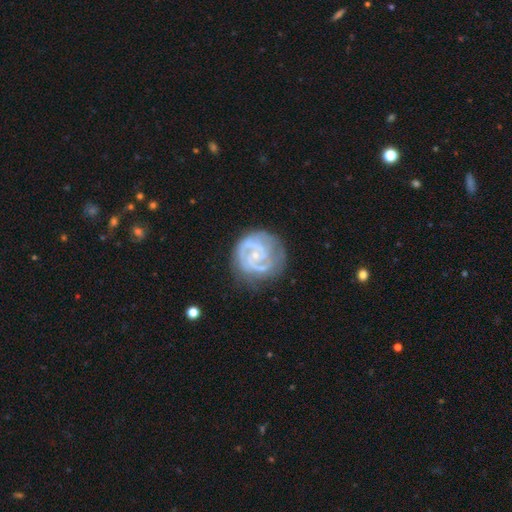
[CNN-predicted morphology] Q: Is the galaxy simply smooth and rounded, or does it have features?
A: featured or disk — 83%.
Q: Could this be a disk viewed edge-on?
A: no — 98%.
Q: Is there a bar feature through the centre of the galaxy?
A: no — 62%.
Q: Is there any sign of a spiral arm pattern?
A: yes — 91%.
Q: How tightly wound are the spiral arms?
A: tight — 54%.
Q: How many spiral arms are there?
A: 2 — 52%.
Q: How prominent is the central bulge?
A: small — 77%.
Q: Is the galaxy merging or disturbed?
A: none — 66%.